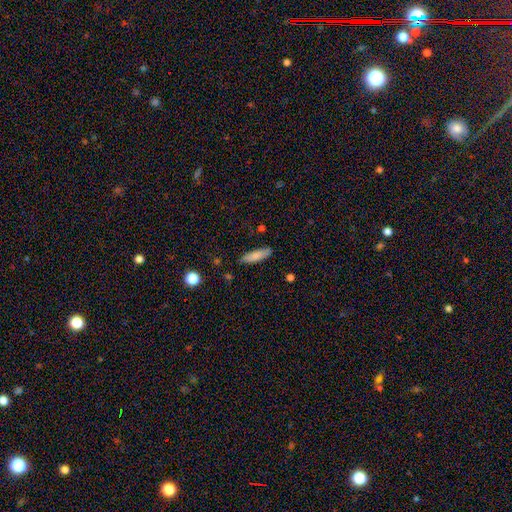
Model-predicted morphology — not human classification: Smooth or featured?
  - smooth: 81% *
  - featured or disk: 12%
  - star or artifact: 7%
How rounded?
  - cigar-shaped: 63% *
  - in between: 36%
  - round: 2%
Merging?
  - none: 83% *
  - minor disturbance: 13%
  - major disturbance: 2%
  - merger: 2%